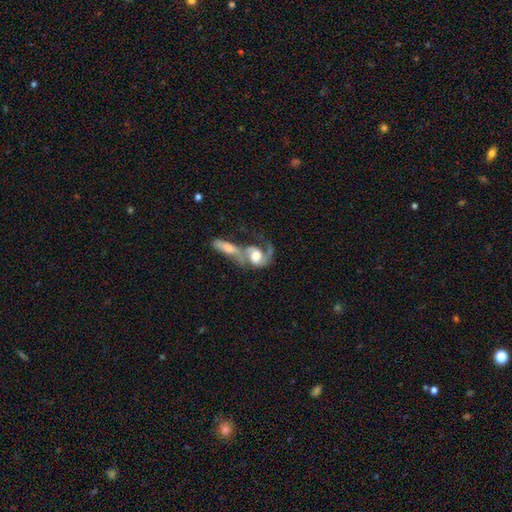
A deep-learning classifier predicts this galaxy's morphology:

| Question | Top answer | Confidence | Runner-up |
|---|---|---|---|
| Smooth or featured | featured or disk | 72% | smooth (22%) |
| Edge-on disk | no | 94% | yes (6%) |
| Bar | no | 59% | weak (31%) |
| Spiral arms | yes | 90% | no (10%) |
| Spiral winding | medium | 41% | loose (40%) |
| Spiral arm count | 2 | 68% | 1 (23%) |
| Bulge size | large | 44% | moderate (39%) |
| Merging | merger | 65% | none (16%) |